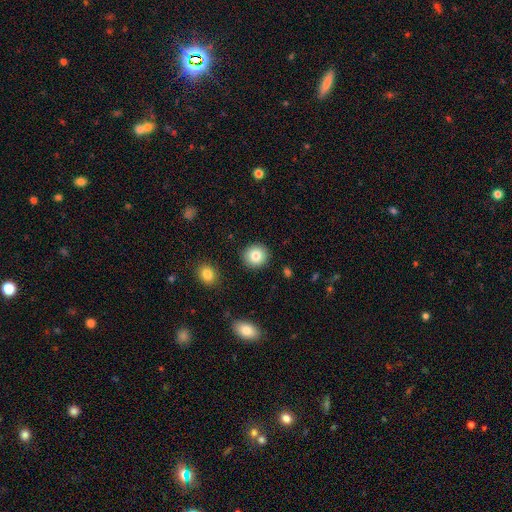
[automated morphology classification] Overall: smooth (83%). How rounded: round (89%). Merging: none (91%).